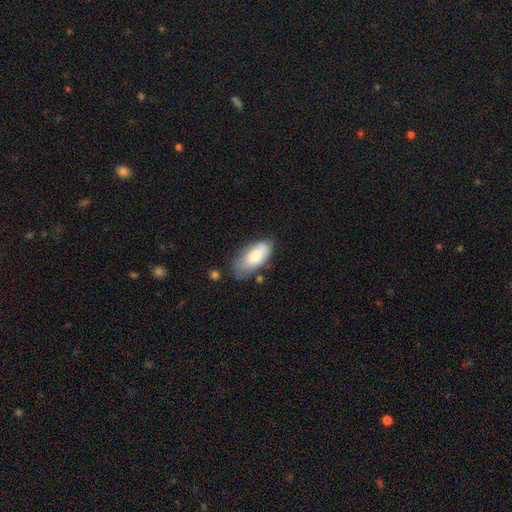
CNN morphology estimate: Overall: smooth (75%). How rounded: in between (92%). Merging: none (52%; minor disturbance 33%).